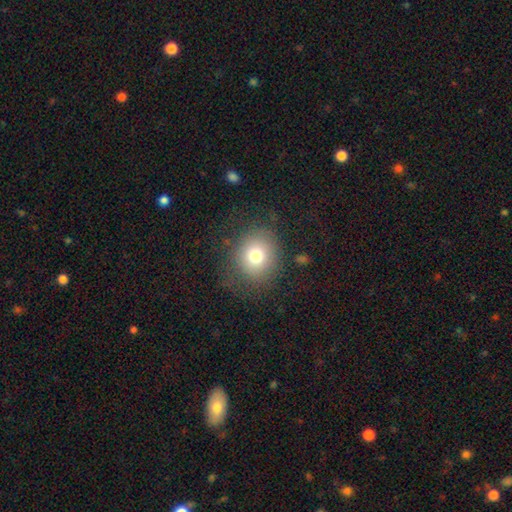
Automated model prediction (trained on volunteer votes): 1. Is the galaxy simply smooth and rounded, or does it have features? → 75% smooth, 12% star or artifact, 12% featured or disk.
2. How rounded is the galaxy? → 79% round, 20% in between, 1% cigar-shaped.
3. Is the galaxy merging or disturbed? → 77% none, 13% minor disturbance, 8% major disturbance, 1% merger.